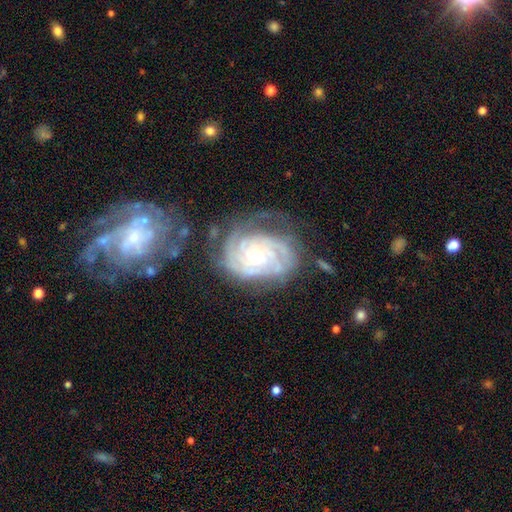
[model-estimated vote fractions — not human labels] Smooth or featured? featured or disk (89%)
Edge-on disk? no (97%)
Bar? no (74%)
Spiral arms? yes (97%)
Spiral winding? tight (77%)
Spiral arm count? can't tell (28%)
Bulge size? small (54%)
Merging? none (61%)